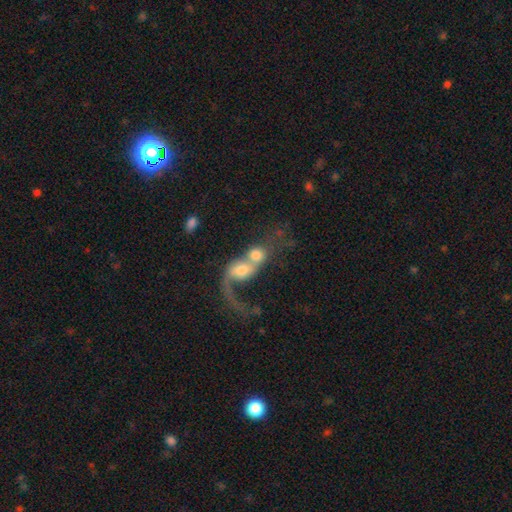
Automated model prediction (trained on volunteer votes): Smooth or featured? featured or disk (59%)
Edge-on disk? no (90%)
Bar? no (70%)
Spiral arms? yes (61%)
Bulge size? moderate (45%)
Merging? merger (61%)